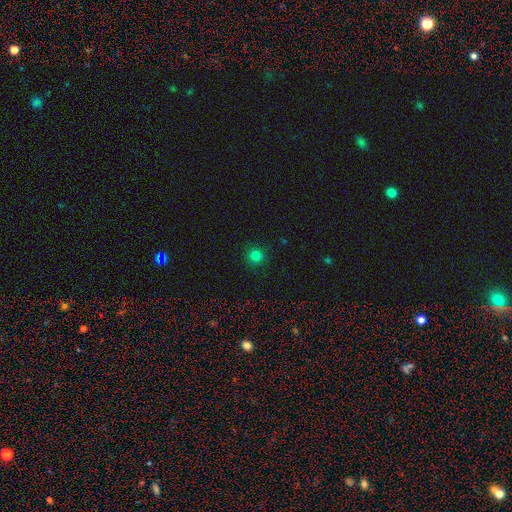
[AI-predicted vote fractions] The model was most divided on "smooth or featured": smooth: 79%, star or artifact: 16%, featured or disk: 5%. More confident: how rounded — round (95%); merging — none (90%).